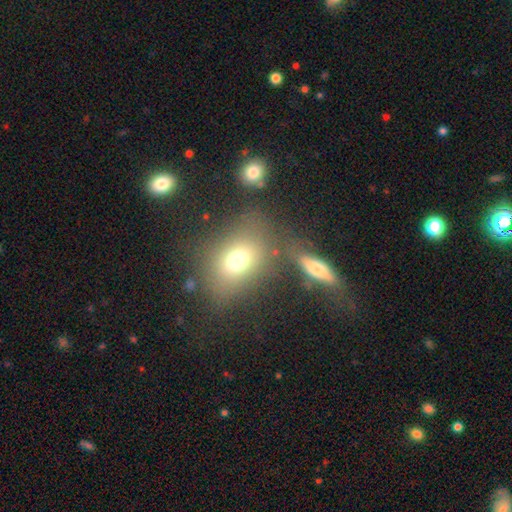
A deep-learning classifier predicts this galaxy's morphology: smooth_or_featured: smooth (p=0.63) [alt: featured or disk p=0.21]
how_rounded: in between (p=0.63) [alt: round p=0.33]
merging: none (p=0.63) [alt: merger p=0.17]